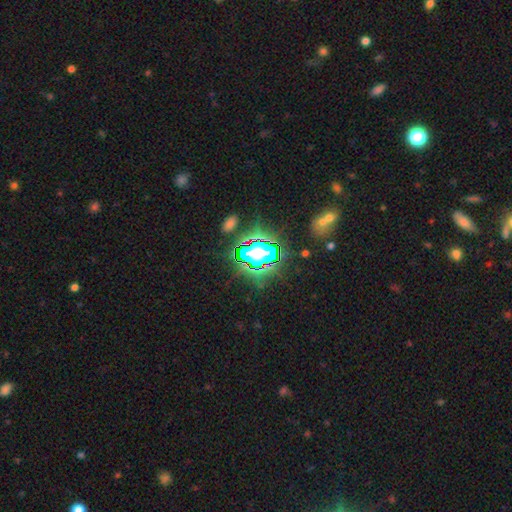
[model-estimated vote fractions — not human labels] The model was most divided on "smooth or featured": star or artifact: 64%, smooth: 22%, featured or disk: 15%.